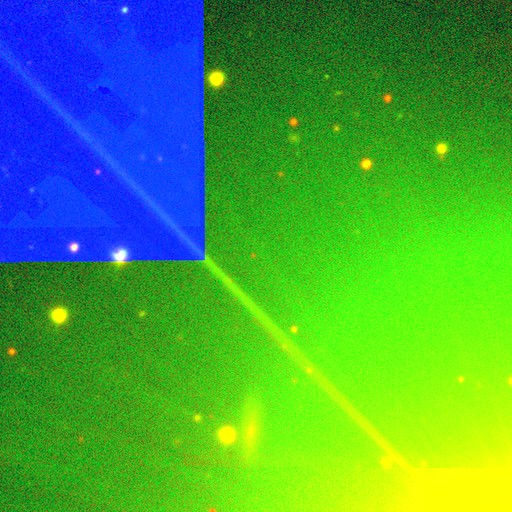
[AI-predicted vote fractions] smooth-or-featured: star or artifact: 89% | featured or disk: 6% | smooth: 5%